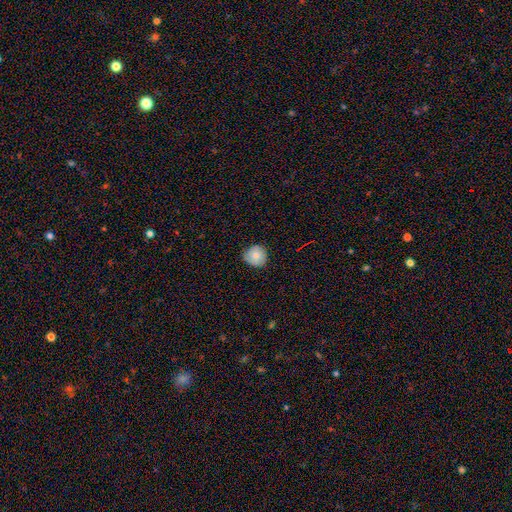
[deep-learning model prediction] Smooth or featured?
  - smooth: 71% *
  - featured or disk: 21%
  - star or artifact: 8%
How rounded?
  - round: 90% *
  - in between: 9%
  - cigar-shaped: 1%
Merging?
  - none: 73% *
  - minor disturbance: 23%
  - major disturbance: 3%
  - merger: 1%